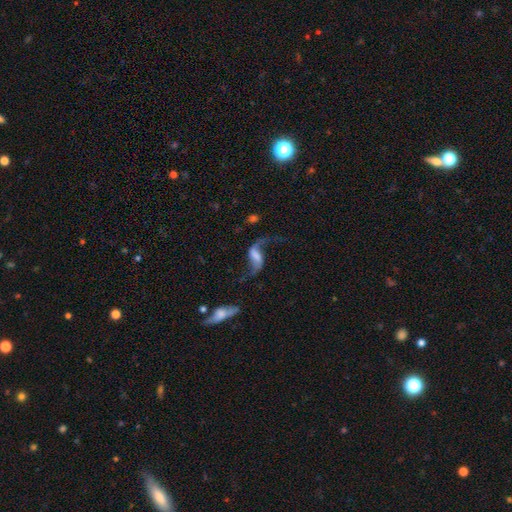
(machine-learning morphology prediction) Smooth or featured? Predicted: featured or disk (p=0.81). Edge-on disk? Predicted: no (p=0.95). Bar? Predicted: weak (p=0.44). Spiral arms? Predicted: yes (p=0.93). Spiral winding? Predicted: loose (p=0.91). Spiral arm count? Predicted: 2 (p=0.90). Bulge size? Predicted: none (p=0.43). Merging? Predicted: none (p=0.55).